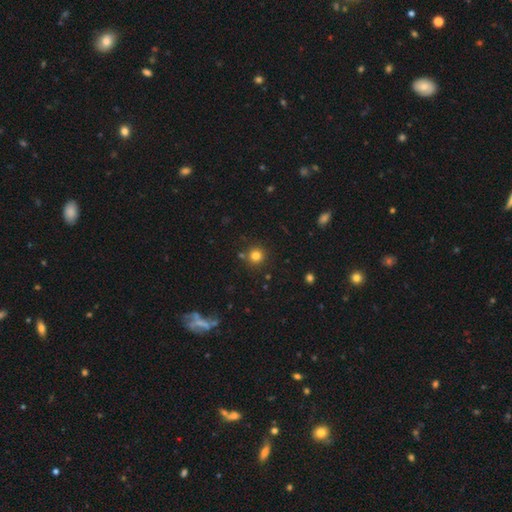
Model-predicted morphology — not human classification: Overall: smooth (79%). How rounded: round (94%). Merging: none (83%).